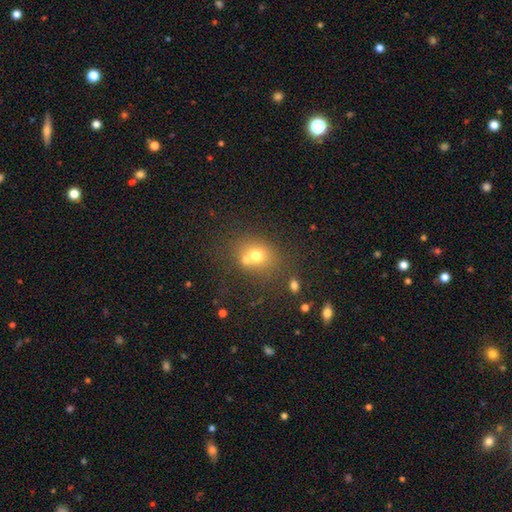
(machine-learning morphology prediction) Q: Smooth or featured?
A: smooth (67%); runner-up: featured or disk (18%)
Q: How rounded?
A: round (63%); runner-up: in between (36%)
Q: Merging?
A: none (50%); runner-up: merger (34%)